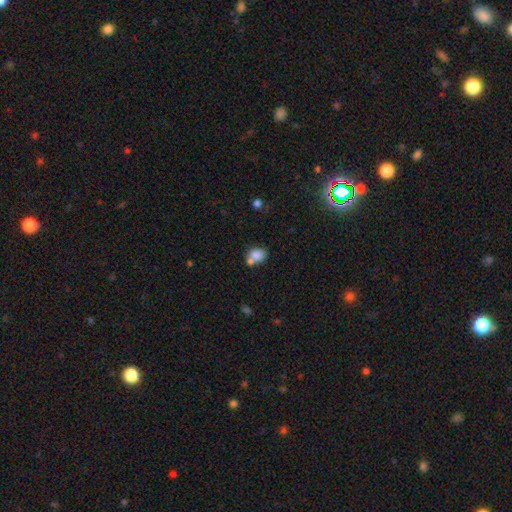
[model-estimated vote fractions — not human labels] Smooth or featured: smooth — 80% (featured or disk — 10%)
How rounded: in between — 57% (round — 42%)
Merging: merger — 44% (none — 40%)